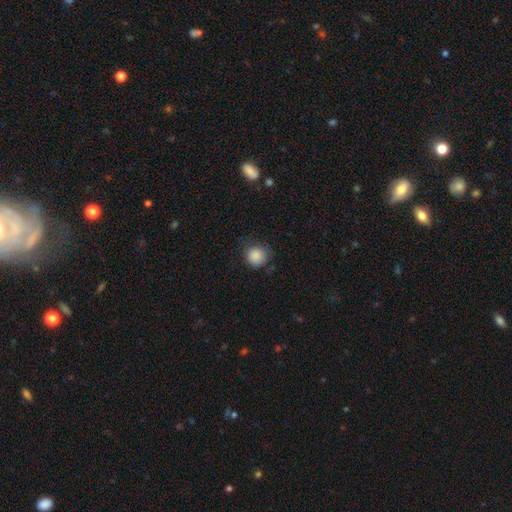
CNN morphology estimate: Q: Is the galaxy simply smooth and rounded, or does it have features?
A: smooth — 87%.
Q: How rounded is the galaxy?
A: round — 89%.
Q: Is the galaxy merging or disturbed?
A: none — 71%.